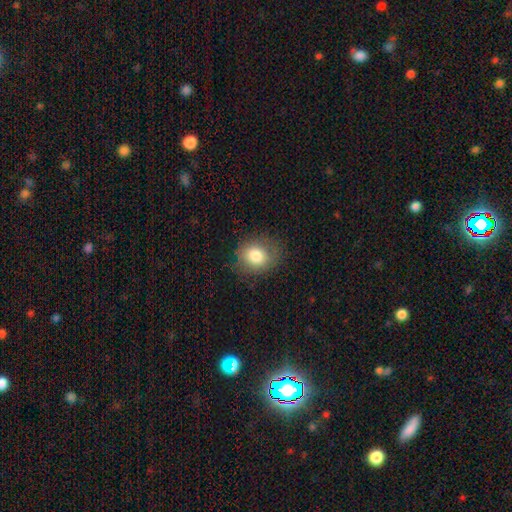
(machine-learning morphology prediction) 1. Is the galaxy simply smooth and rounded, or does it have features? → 81% smooth, 10% featured or disk, 9% star or artifact.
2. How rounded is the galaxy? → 59% round, 40% in between, 1% cigar-shaped.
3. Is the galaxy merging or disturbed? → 77% none, 17% minor disturbance, 6% major disturbance, 1% merger.